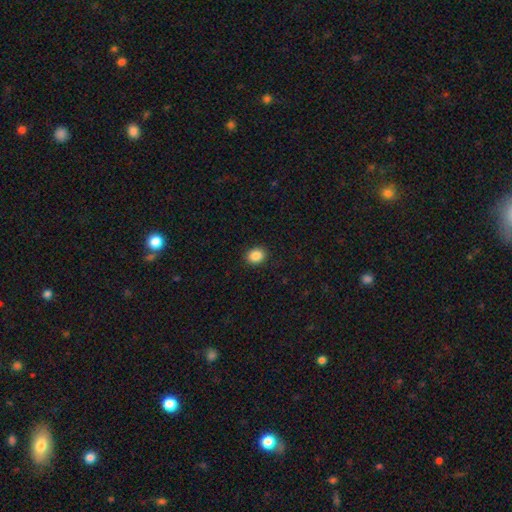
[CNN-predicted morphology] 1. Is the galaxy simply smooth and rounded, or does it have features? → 88% smooth, 9% star or artifact, 4% featured or disk.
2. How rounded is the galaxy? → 53% round, 46% in between, 1% cigar-shaped.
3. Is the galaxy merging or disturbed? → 91% none, 6% minor disturbance, 2% major disturbance, 1% merger.